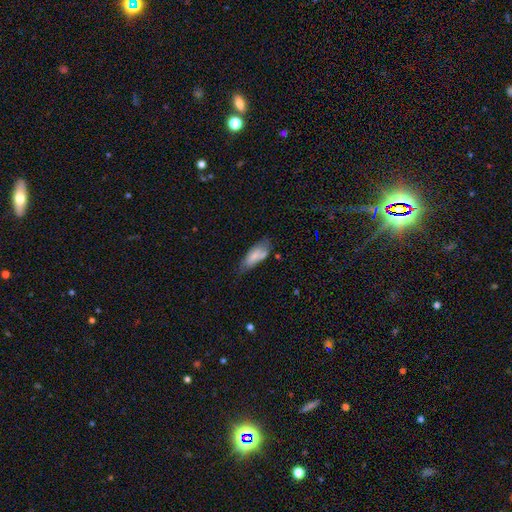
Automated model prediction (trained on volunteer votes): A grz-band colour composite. It shows a smooth galaxy with no disk features (75%) that is in between round and cigar-shaped (80%). Merging: none (52%).